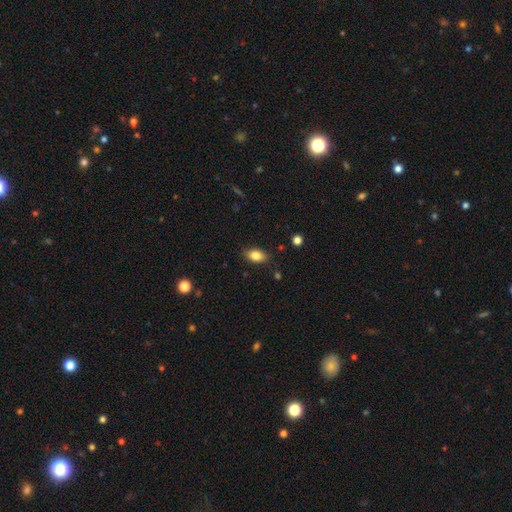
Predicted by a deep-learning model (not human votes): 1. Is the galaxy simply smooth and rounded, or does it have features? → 83% smooth, 9% star or artifact, 8% featured or disk.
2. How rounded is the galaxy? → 87% in between, 10% round, 3% cigar-shaped.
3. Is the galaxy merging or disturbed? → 85% none, 11% minor disturbance, 2% major disturbance, 1% merger.